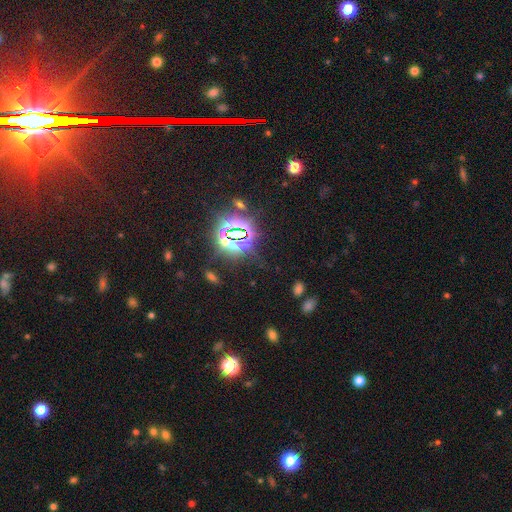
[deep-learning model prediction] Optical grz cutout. It shows a star or artifact, not a galaxy (80%).